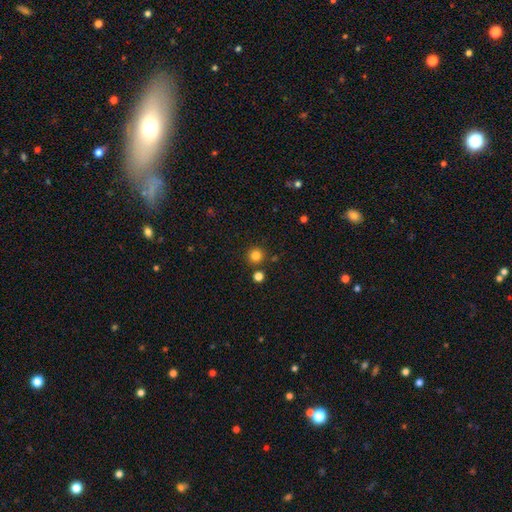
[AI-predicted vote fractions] This is clearly a smooth galaxy (81%). How rounded: clearly round (95%). Merging: clearly none (87%).